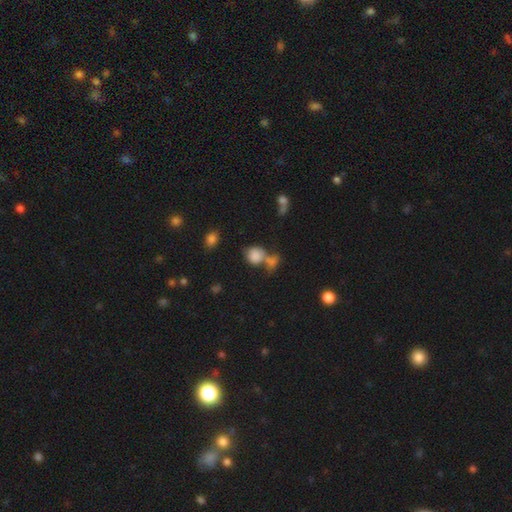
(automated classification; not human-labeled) smooth 81%, star or artifact 11%, featured or disk 8%. Down the decision tree: how rounded — round (73%); merging — merger (45%).